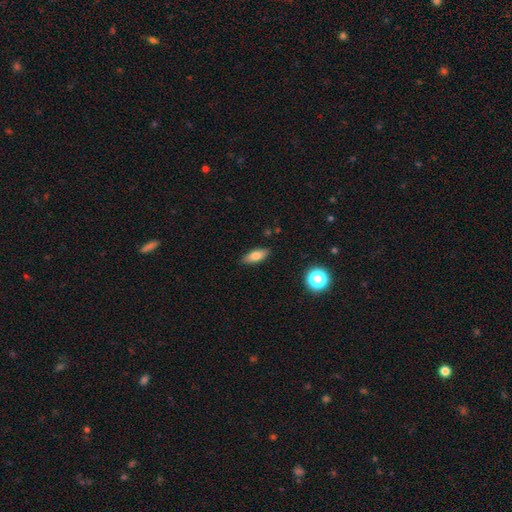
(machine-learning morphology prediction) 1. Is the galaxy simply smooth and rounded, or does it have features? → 77% smooth, 15% featured or disk, 8% star or artifact.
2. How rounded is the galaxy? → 71% in between, 25% cigar-shaped, 3% round.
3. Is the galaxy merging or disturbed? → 87% none, 10% minor disturbance, 2% major disturbance, 1% merger.